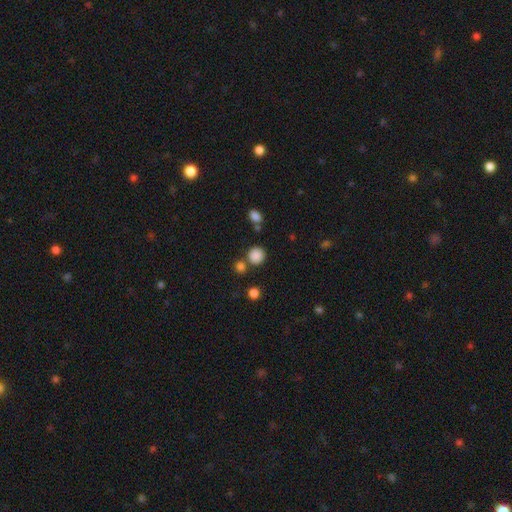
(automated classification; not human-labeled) Morphology: type=smooth (84%); roundness=round (88%); merging=none (73%).